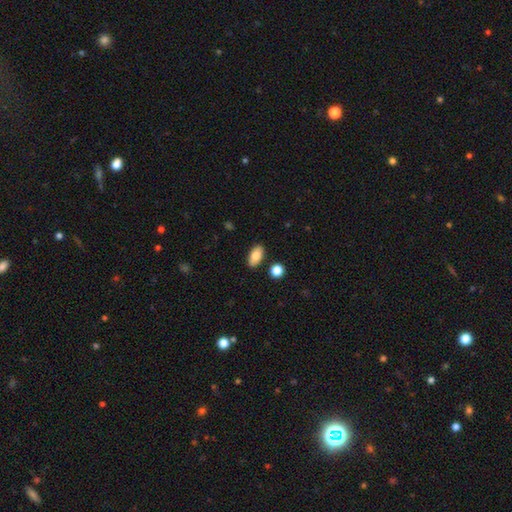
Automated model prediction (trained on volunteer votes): smooth_or_featured: smooth (p=0.82) [alt: featured or disk p=0.11]
how_rounded: in between (p=0.91) [alt: cigar-shaped p=0.05]
merging: none (p=0.87) [alt: minor disturbance p=0.08]